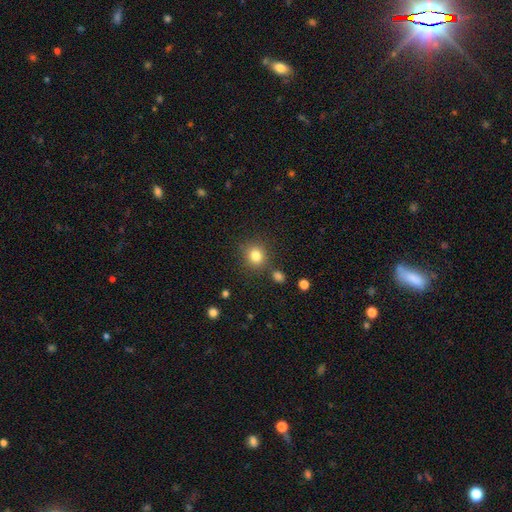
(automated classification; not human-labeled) smooth_or_featured: smooth (p=0.82) [alt: star or artifact p=0.12]
how_rounded: round (p=0.82) [alt: in between p=0.17]
merging: none (p=0.82) [alt: minor disturbance p=0.10]